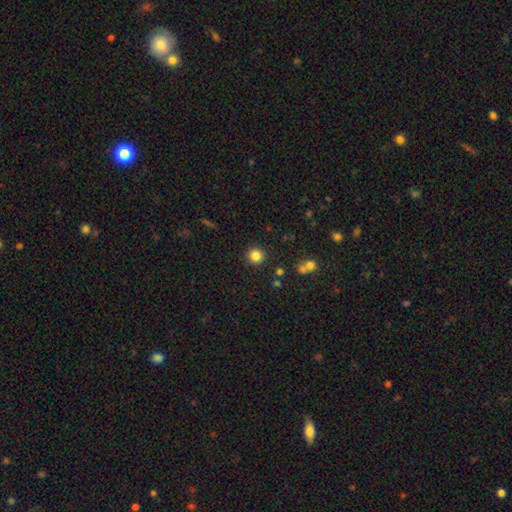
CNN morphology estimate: Smooth or featured? Predicted: smooth (p=0.83). How rounded? Predicted: round (p=0.94). Merging? Predicted: none (p=0.90).